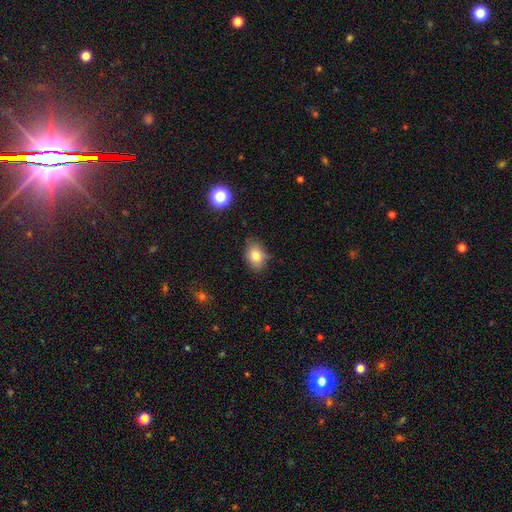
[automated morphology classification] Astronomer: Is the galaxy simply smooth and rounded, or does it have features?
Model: smooth — 80%.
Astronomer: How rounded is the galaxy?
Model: in between — 73%.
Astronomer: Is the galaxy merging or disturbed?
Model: none — 75%.